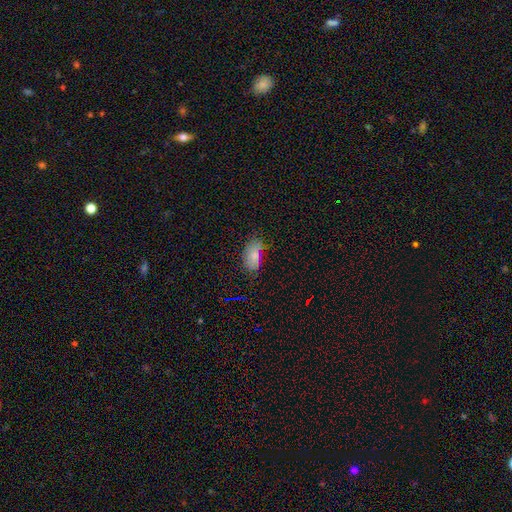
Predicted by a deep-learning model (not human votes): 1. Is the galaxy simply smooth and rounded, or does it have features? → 77% smooth, 13% star or artifact, 11% featured or disk.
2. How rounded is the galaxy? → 91% in between, 5% round, 3% cigar-shaped.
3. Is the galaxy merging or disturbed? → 62% none, 27% minor disturbance, 8% major disturbance, 3% merger.